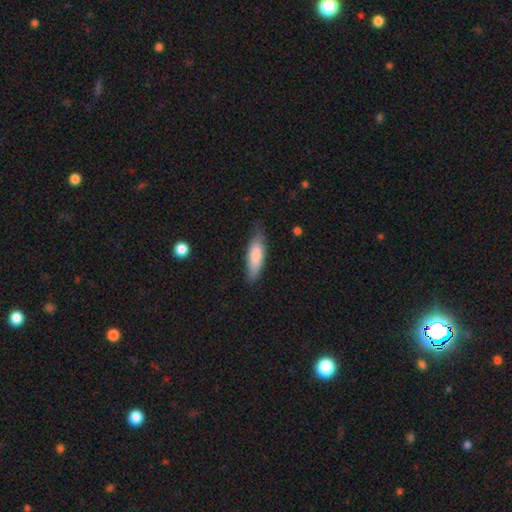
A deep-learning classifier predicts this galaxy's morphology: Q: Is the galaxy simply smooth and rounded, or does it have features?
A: smooth — 80%.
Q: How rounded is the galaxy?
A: in between — 55%.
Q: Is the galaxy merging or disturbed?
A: none — 65%.